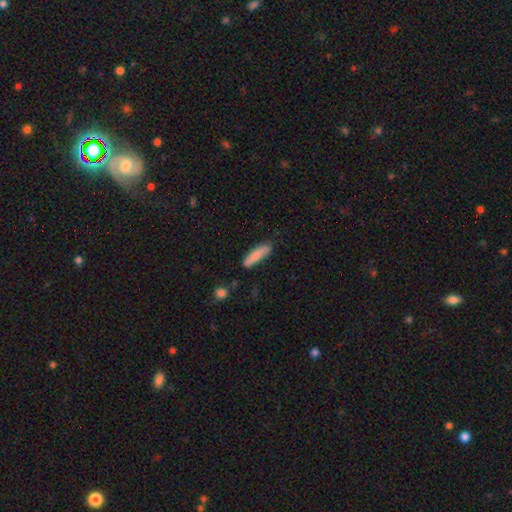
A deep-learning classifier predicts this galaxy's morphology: A smooth galaxy with no disk features (79%) that is cigar-shaped (69%).

Vote fractions:
- Smooth or featured? smooth: 79% / featured or disk: 15% / star or artifact: 6%
- How rounded? cigar-shaped: 69% / in between: 29% / round: 2%
- Merging? none: 76% / minor disturbance: 18% / major disturbance: 4% / merger: 3%